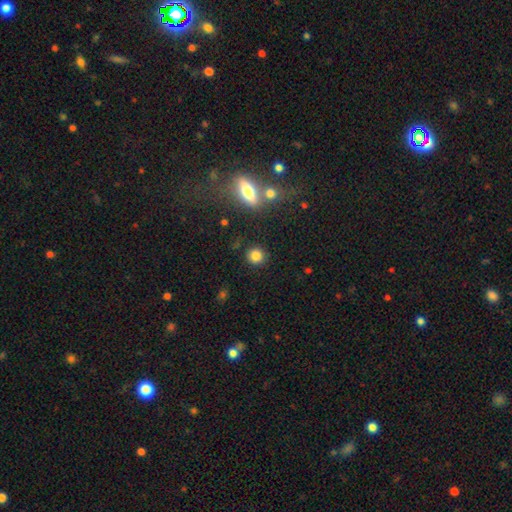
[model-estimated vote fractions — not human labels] The model was most divided on "smooth or featured": smooth: 83%, star or artifact: 11%, featured or disk: 6%. More confident: how rounded — round (89%); merging — none (87%).